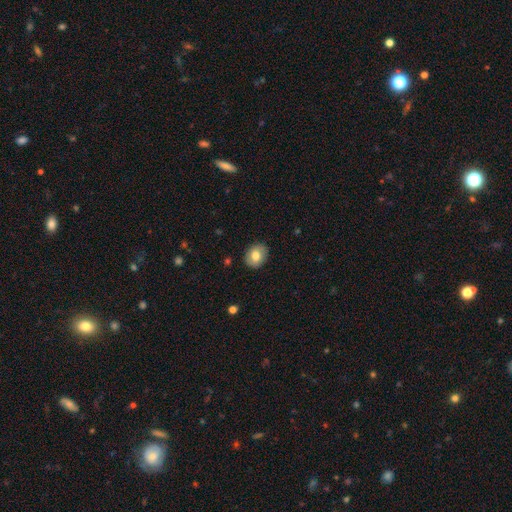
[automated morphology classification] Overall: smooth (78%). How rounded: round (52%; in between 47%). Merging: none (88%).